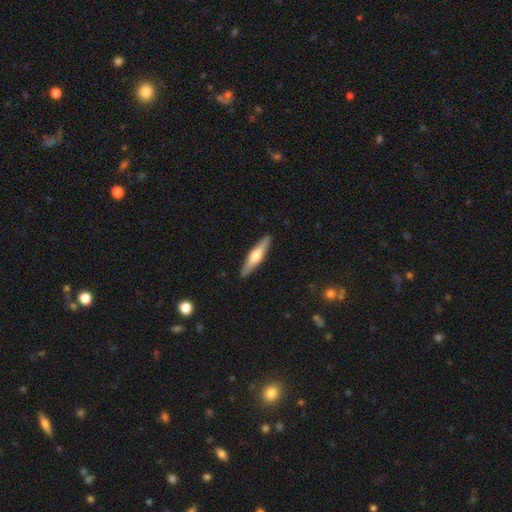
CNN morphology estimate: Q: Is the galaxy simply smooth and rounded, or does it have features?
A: featured or disk — 53%.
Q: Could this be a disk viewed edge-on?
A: yes — 95%.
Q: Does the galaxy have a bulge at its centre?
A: rounded — 90%.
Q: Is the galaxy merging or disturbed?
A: none — 91%.